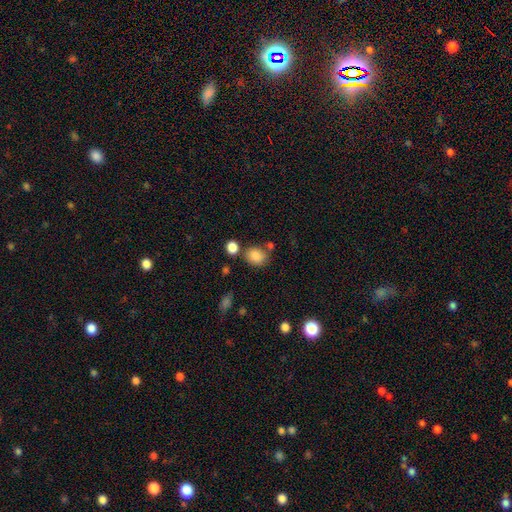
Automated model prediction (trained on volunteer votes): Smooth or featured: smooth — 84% (star or artifact — 10%)
How rounded: round — 58% (in between — 40%)
Merging: none — 67% (minor disturbance — 15%)